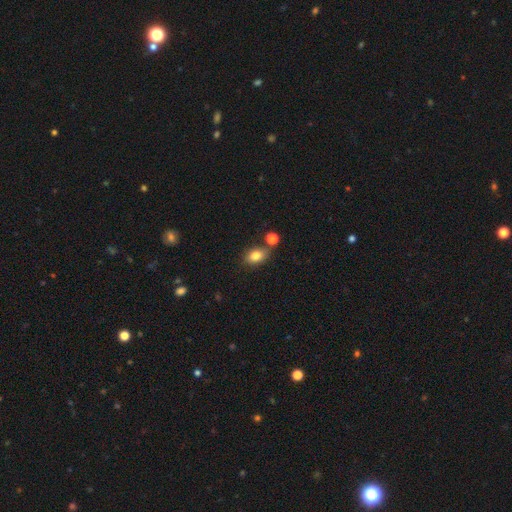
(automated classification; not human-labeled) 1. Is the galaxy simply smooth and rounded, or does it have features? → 82% smooth, 10% star or artifact, 9% featured or disk.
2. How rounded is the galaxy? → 79% in between, 20% round, 2% cigar-shaped.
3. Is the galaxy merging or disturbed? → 69% none, 14% merger, 13% minor disturbance, 4% major disturbance.